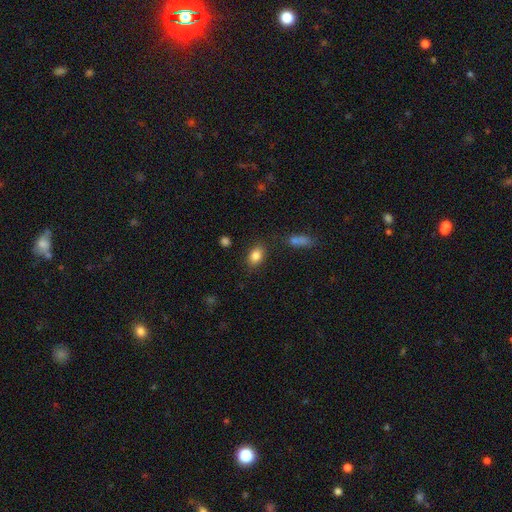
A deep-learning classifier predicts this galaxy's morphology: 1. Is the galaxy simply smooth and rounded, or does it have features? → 84% smooth, 9% star or artifact, 7% featured or disk.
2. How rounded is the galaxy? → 77% in between, 22% round, 2% cigar-shaped.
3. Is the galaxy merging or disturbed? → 83% none, 11% minor disturbance, 3% major disturbance, 3% merger.